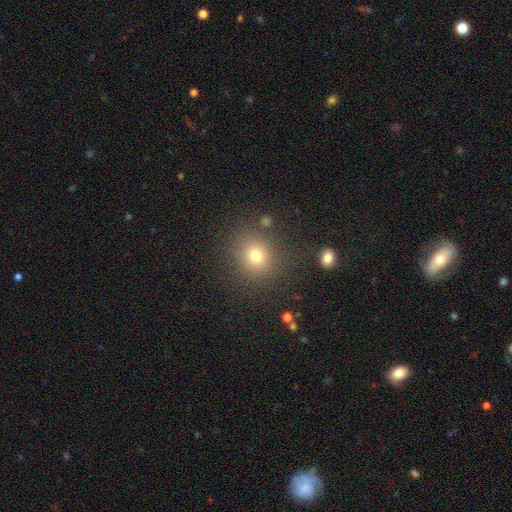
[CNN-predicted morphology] type=smooth (74%); roundness=round (82%); merging=none (83%).